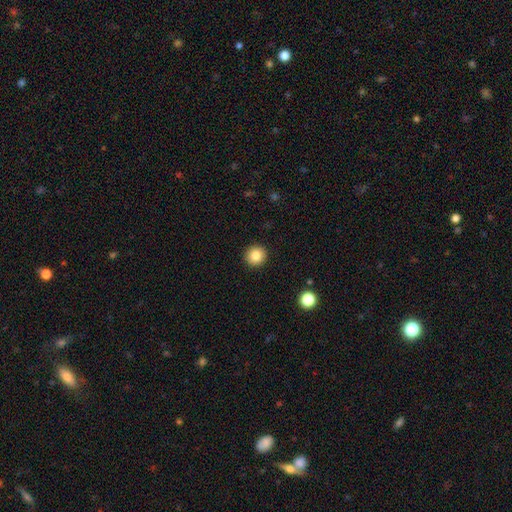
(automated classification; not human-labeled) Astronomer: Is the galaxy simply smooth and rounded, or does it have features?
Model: smooth — 83%.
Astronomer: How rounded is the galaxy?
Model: round — 94%.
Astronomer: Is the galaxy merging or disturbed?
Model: none — 93%.